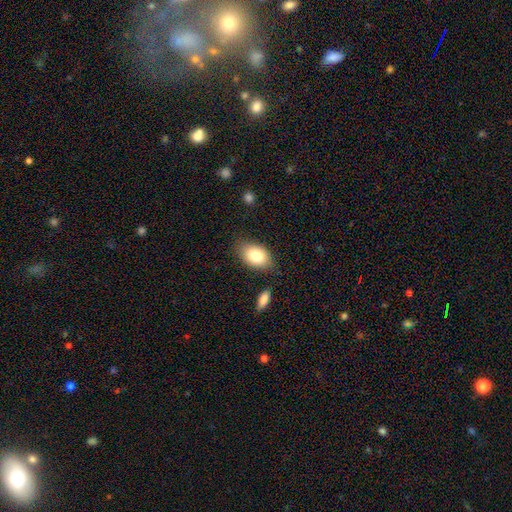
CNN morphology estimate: type=smooth (84%); roundness=in between (90%); merging=none (77%).